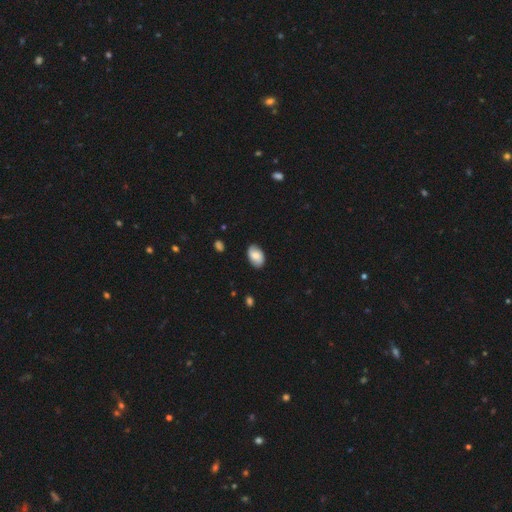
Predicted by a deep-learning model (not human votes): Smooth or featured: smooth — 69% (featured or disk — 24%)
How rounded: in between — 91% (round — 8%)
Merging: none — 82% (minor disturbance — 14%)